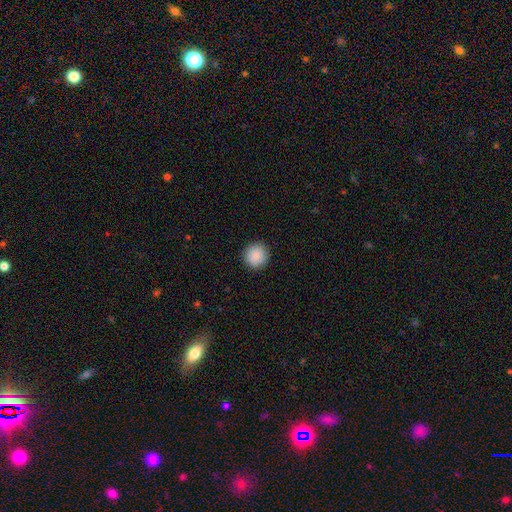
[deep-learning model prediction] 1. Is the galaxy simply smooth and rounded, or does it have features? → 90% smooth, 7% star or artifact, 2% featured or disk.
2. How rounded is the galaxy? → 94% round, 5% in between, 1% cigar-shaped.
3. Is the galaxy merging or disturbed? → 93% none, 5% minor disturbance, 2% major disturbance, 1% merger.